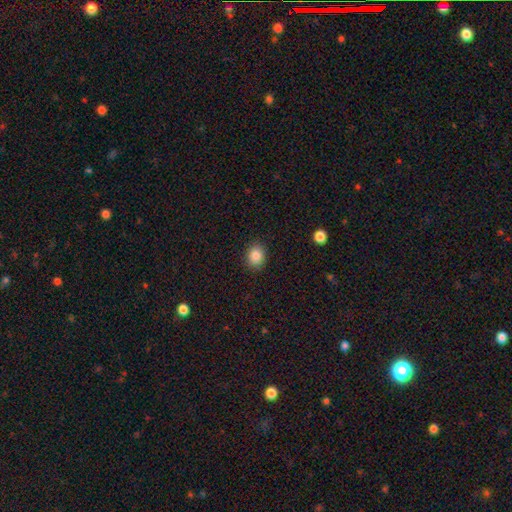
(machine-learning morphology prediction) type=smooth (86%); roundness=round (57%); merging=none (89%).